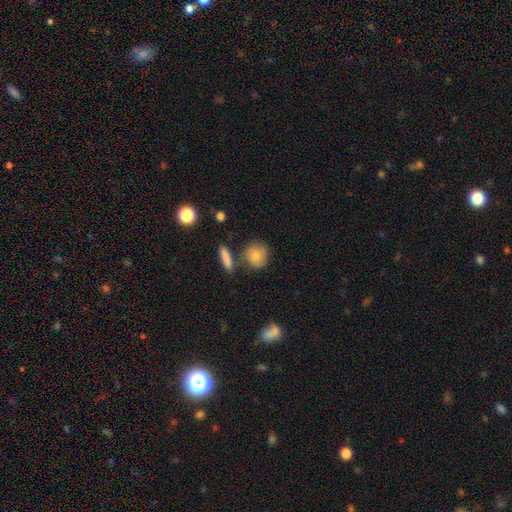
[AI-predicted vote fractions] Smooth or featured? smooth (67%)
How rounded? round (76%)
Merging? none (67%)